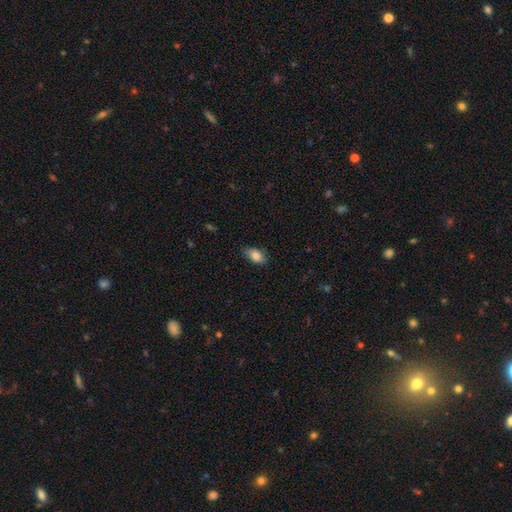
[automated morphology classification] type=smooth (85%); roundness=in between (90%); merging=none (77%).